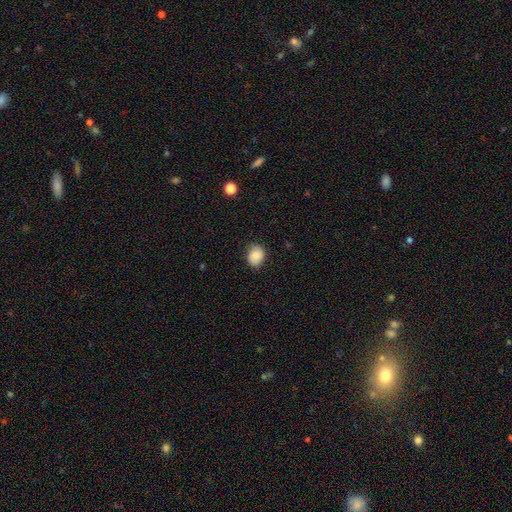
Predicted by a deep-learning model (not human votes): smooth 86%, star or artifact 8%, featured or disk 6%. Down the decision tree: how rounded — round (52%); merging — none (81%).